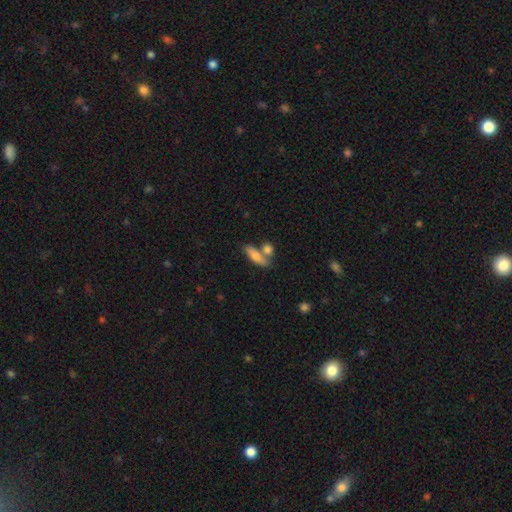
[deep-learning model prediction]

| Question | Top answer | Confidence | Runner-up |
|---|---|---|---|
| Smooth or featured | smooth | 76% | featured or disk (17%) |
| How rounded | in between | 60% | cigar-shaped (36%) |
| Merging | none | 50% | merger (35%) |